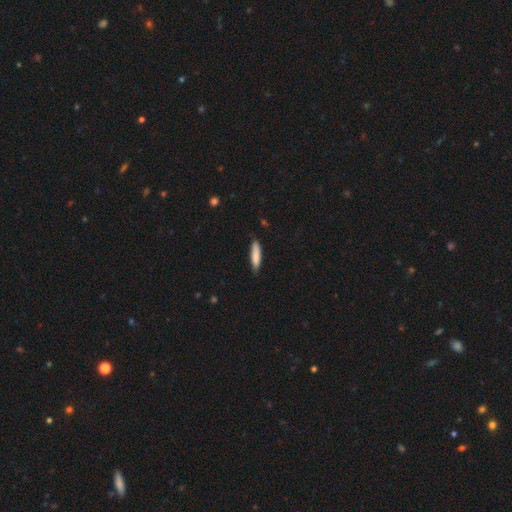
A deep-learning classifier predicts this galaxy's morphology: type=smooth (84%); roundness=cigar-shaped (79%); merging=none (82%).